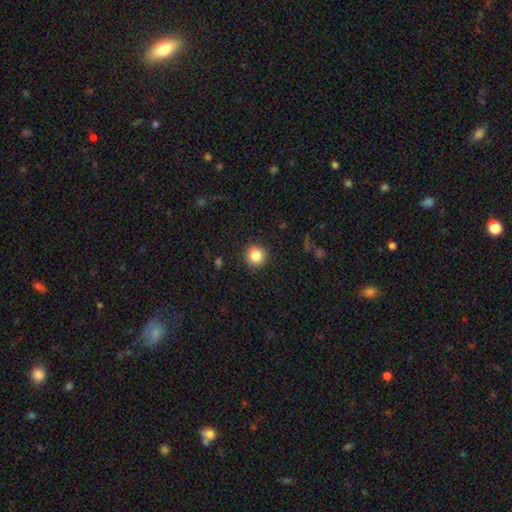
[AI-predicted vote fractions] Smooth or featured?
  - smooth: 85% *
  - star or artifact: 10%
  - featured or disk: 5%
How rounded?
  - round: 94% *
  - in between: 5%
  - cigar-shaped: 1%
Merging?
  - none: 92% *
  - minor disturbance: 5%
  - major disturbance: 2%
  - merger: 1%